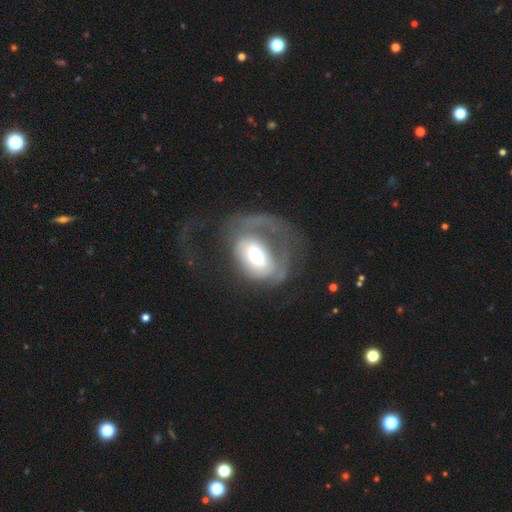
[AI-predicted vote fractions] featured or disk 52%, smooth 39%, star or artifact 8%. Down the decision tree: edge-on disk — no (95%); merging — major disturbance (57%).